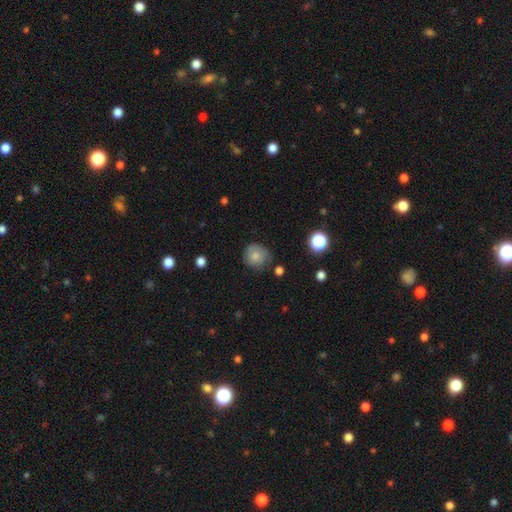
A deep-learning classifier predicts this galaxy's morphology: type=smooth (78%); roundness=round (88%); merging=none (71%).